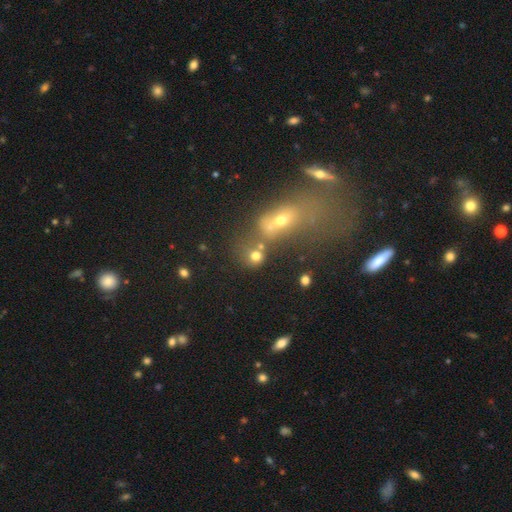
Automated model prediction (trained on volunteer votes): Smooth or featured?
  - smooth: 69% *
  - star or artifact: 18%
  - featured or disk: 13%
How rounded?
  - round: 71% *
  - in between: 26%
  - cigar-shaped: 2%
Merging?
  - none: 45% *
  - merger: 36%
  - minor disturbance: 10%
  - major disturbance: 8%